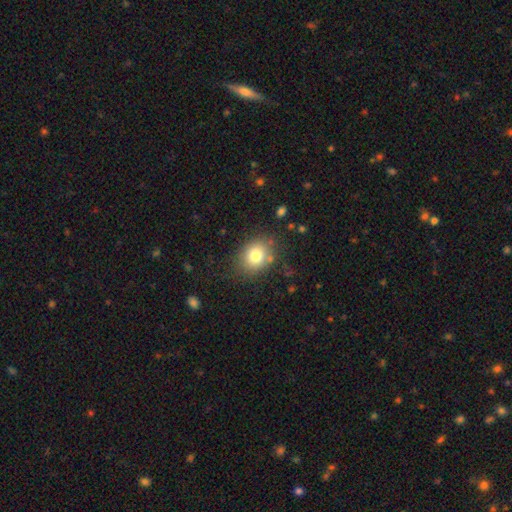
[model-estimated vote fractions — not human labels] This appears to be a smooth galaxy with no disk features (78%) that is round (55%). Merging: none (78%).